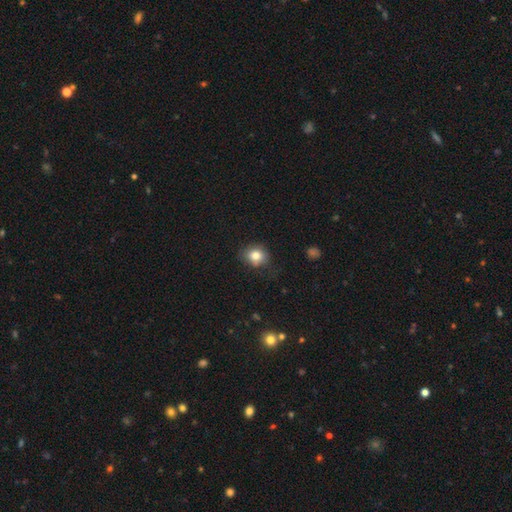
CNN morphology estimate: type=smooth (80%); roundness=round (68%); merging=none (69%).